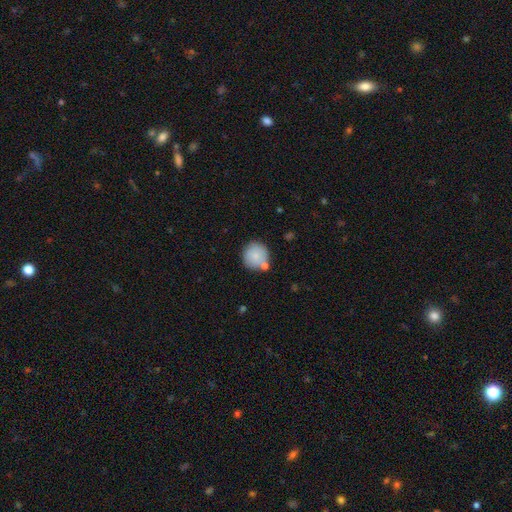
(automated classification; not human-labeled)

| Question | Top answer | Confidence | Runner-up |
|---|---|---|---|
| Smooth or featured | smooth | 83% | featured or disk (10%) |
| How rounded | round | 93% | in between (6%) |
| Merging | none | 72% | minor disturbance (12%) |